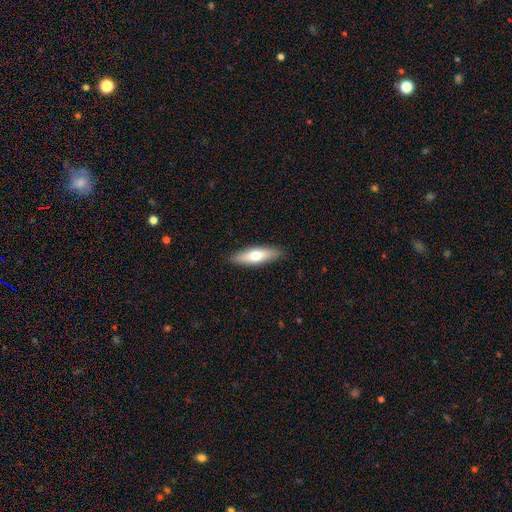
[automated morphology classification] Smooth or featured? smooth (64%)
How rounded? cigar-shaped (57%)
Merging? none (89%)